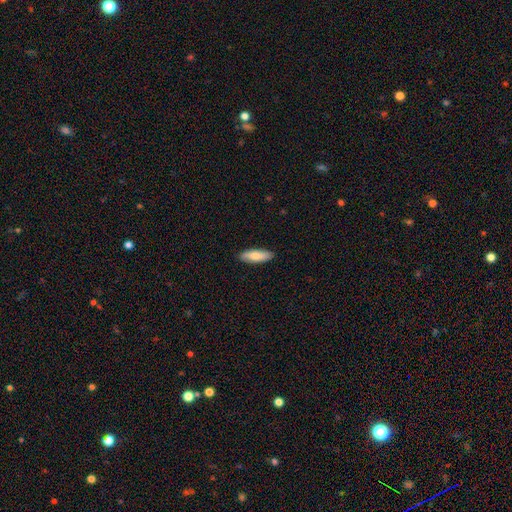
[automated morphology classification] A smooth galaxy with no disk features (80%) that is in between round and cigar-shaped (50%).

Vote fractions:
- Smooth or featured? smooth: 80% / featured or disk: 15% / star or artifact: 5%
- How rounded? in between: 50% / cigar-shaped: 48% / round: 2%
- Merging? none: 89% / minor disturbance: 9% / major disturbance: 2% / merger: 1%